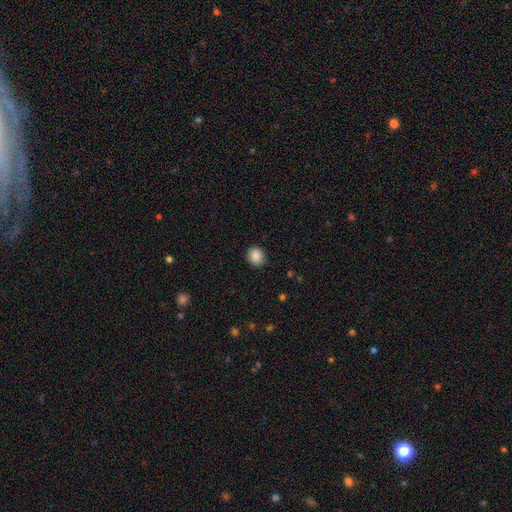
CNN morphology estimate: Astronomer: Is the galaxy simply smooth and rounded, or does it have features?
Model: smooth — 88%.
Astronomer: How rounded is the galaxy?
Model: round — 81%.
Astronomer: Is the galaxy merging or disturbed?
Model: none — 89%.